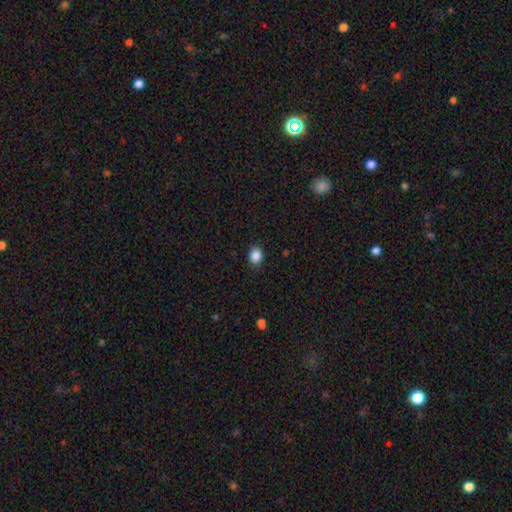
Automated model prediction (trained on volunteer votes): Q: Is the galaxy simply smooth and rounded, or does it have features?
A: smooth — 87%.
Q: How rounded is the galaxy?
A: round — 53%.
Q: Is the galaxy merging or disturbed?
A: none — 87%.